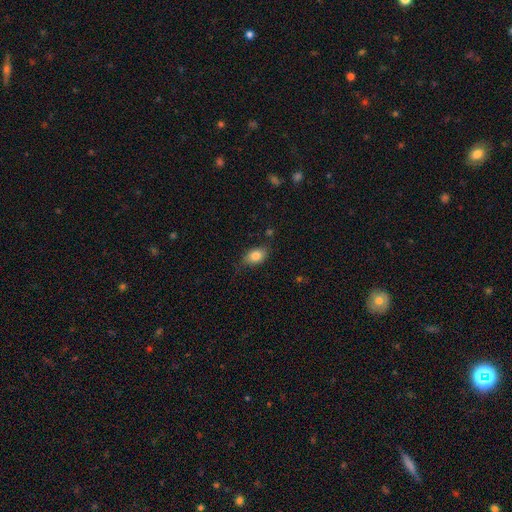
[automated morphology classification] Smooth or featured? smooth (82%)
How rounded? in between (84%)
Merging? none (75%)